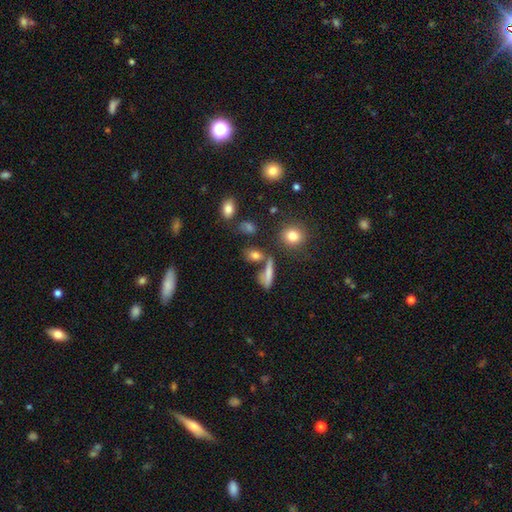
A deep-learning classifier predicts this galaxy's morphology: This appears to be a smooth galaxy with no disk features (68%) that is in between round and cigar-shaped (52%). Merging: none (59%).